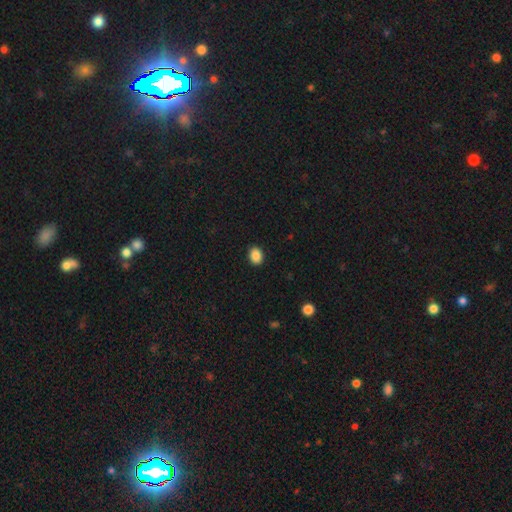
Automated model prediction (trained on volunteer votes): Smooth or featured: smooth — 88% (star or artifact — 9%)
How rounded: in between — 55% (round — 44%)
Merging: none — 91% (minor disturbance — 6%)